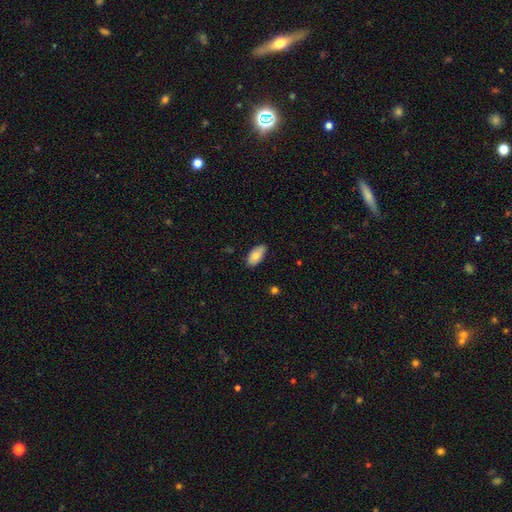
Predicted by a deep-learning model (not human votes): A smooth galaxy with no disk features (76%) that is in between round and cigar-shaped (94%). Merging: none (82%).